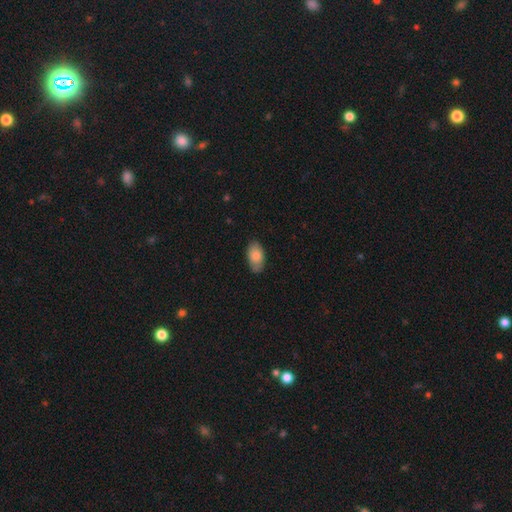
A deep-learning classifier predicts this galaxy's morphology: smooth-or-featured: smooth: 83% | featured or disk: 11% | star or artifact: 6%
  how-rounded: in between: 94% | round: 4% | cigar-shaped: 2%
  merging: none: 80% | minor disturbance: 16% | major disturbance: 3% | merger: 1%